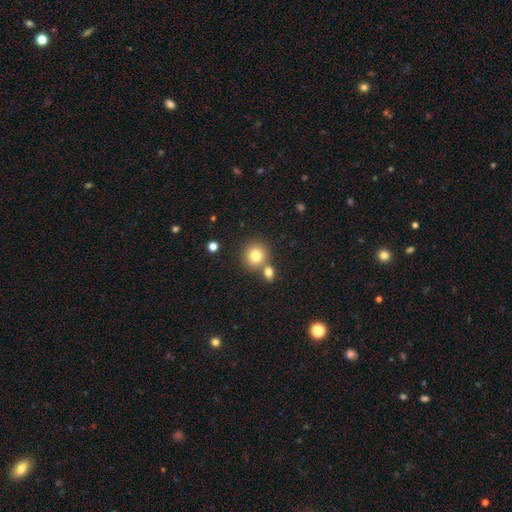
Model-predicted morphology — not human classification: type=smooth (78%); roundness=round (89%); merging=none (64%).